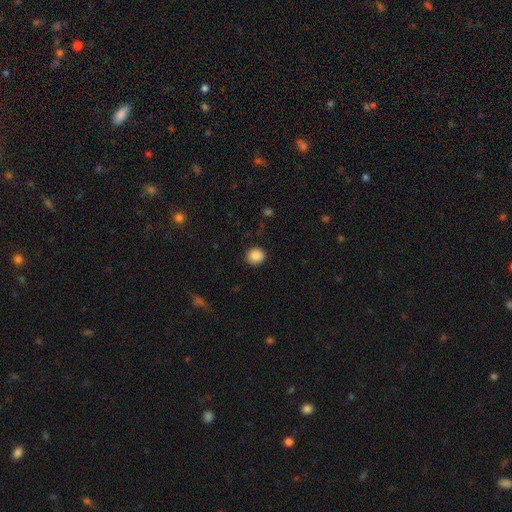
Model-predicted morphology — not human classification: Smooth or featured? Predicted: smooth (p=0.88). How rounded? Predicted: round (p=0.85). Merging? Predicted: none (p=0.88).